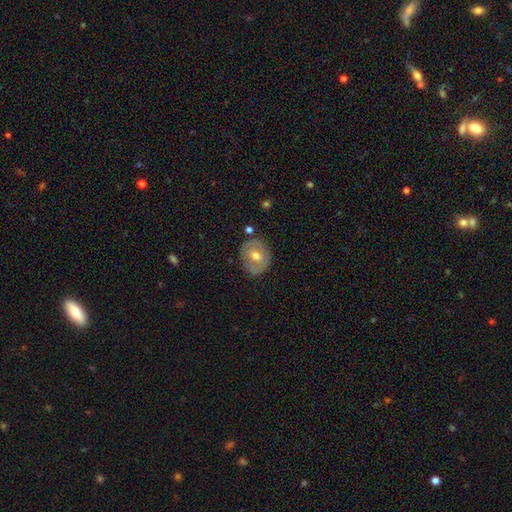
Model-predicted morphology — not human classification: smooth-or-featured: smooth: 47% | featured or disk: 46% | star or artifact: 7%
  merging: none: 79% | minor disturbance: 15% | major disturbance: 4% | merger: 2%